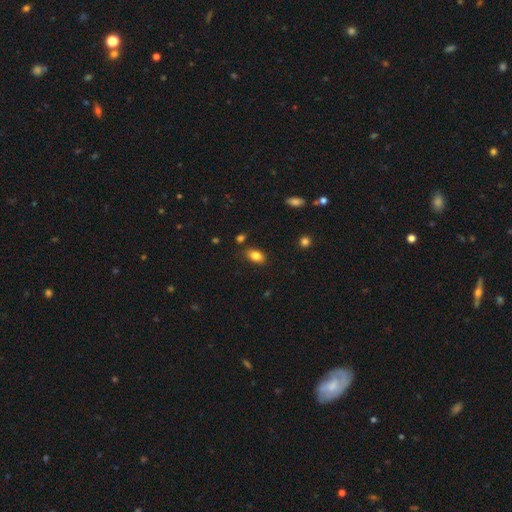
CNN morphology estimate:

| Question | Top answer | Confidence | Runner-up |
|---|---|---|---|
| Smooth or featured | smooth | 83% | star or artifact (9%) |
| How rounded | in between | 87% | round (11%) |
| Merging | none | 81% | minor disturbance (12%) |